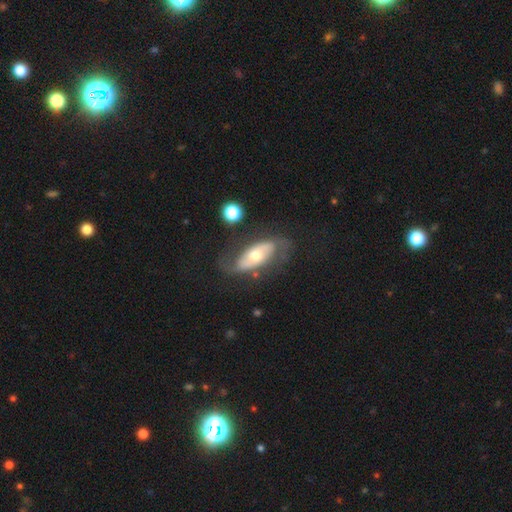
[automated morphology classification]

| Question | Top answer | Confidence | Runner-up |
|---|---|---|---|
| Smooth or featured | featured or disk | 64% | smooth (30%) |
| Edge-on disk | no | 85% | yes (15%) |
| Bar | no | 66% | weak (20%) |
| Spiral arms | yes | 67% | no (33%) |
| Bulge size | moderate | 65% | small (26%) |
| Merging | none | 63% | minor disturbance (20%) |